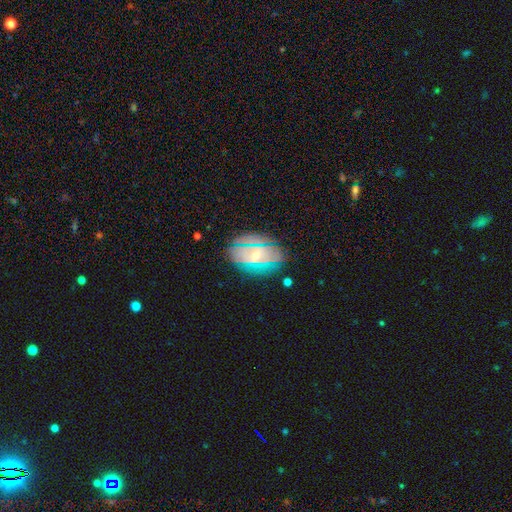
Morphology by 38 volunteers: Smooth or featured?
  - smooth: 58% *
  - featured or disk: 34%
  - star or artifact: 8%
How rounded?
  - in between: 55% *
  - round: 45%
  - cigar-shaped: 0%
Merging?
  - none: 80% *
  - minor disturbance: 20%
  - major disturbance: 0%
  - merger: 0%